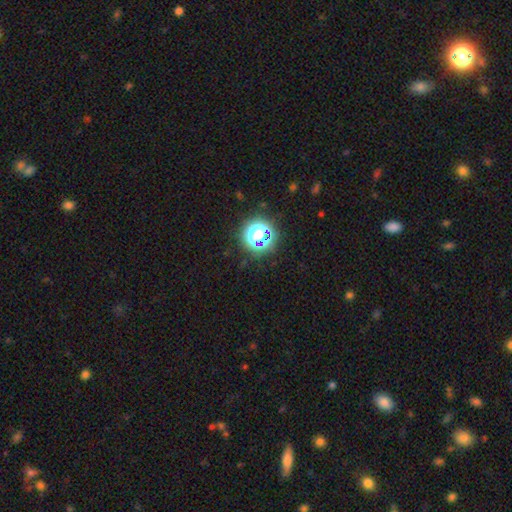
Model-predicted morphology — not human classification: A star or artifact, not a galaxy (76%).